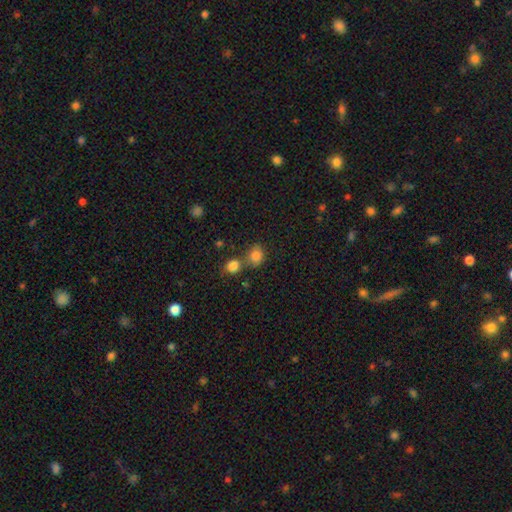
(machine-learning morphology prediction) This appears to be a smooth galaxy with no disk features (82%) that is round (65%). Merging: none (48%).